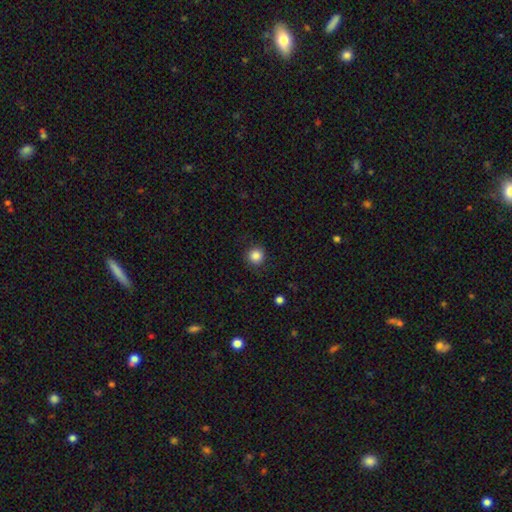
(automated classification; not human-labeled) The model was most divided on "smooth or featured": smooth: 85%, star or artifact: 11%, featured or disk: 4%. More confident: how rounded — round (93%); merging — none (87%).